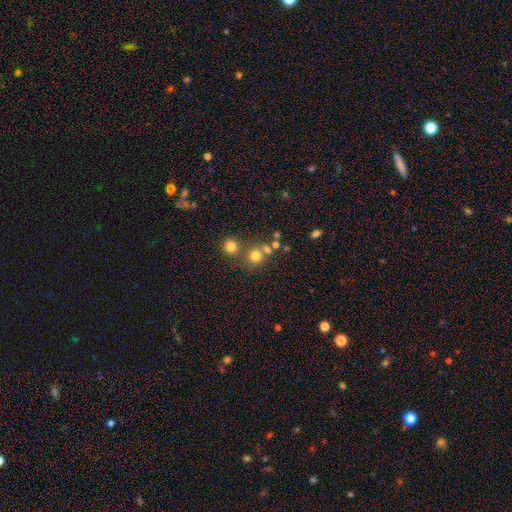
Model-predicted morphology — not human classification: This appears to be a smooth galaxy with no disk features (73%) that is round (87%). Merging: none (59%).